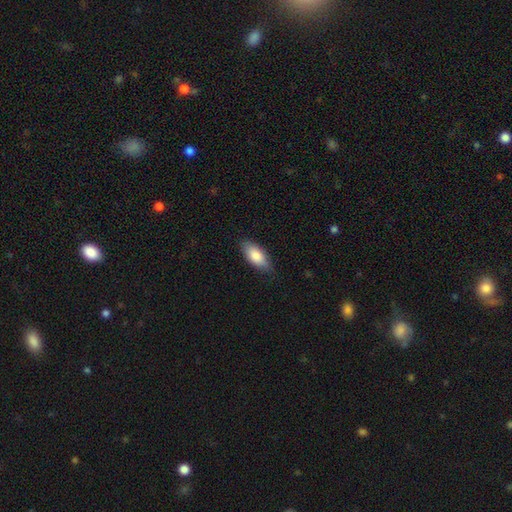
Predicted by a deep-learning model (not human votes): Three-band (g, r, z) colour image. It shows a smooth galaxy with no disk features (82%) that is in between round and cigar-shaped (85%). Merging: none (81%).